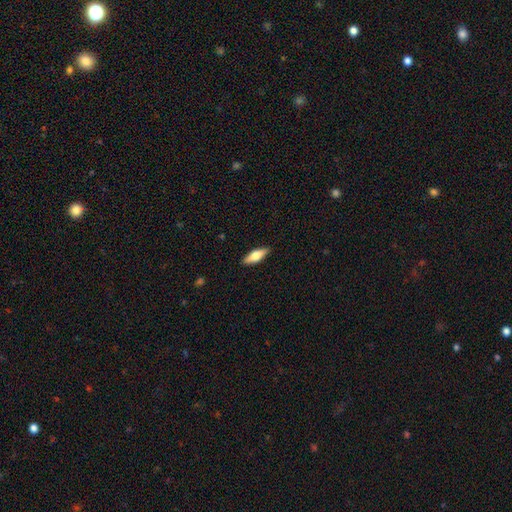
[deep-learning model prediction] Smooth or featured: smooth — 57% (featured or disk — 37%)
How rounded: in between — 57% (cigar-shaped — 40%)
Merging: none — 89% (minor disturbance — 8%)